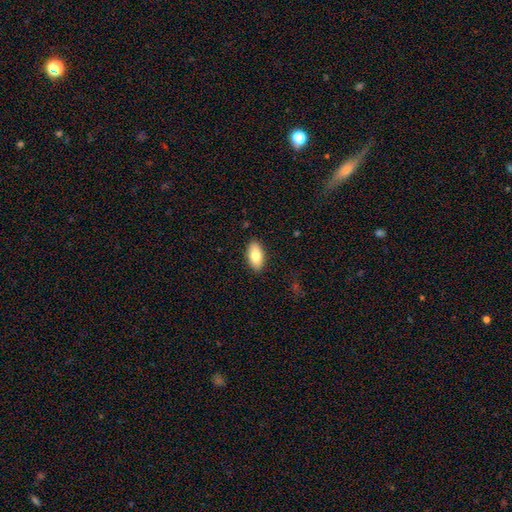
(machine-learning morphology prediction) A smooth galaxy with no disk features (80%) that is in between round and cigar-shaped (93%).

Vote fractions:
- Smooth or featured? smooth: 80% / featured or disk: 13% / star or artifact: 7%
- How rounded? in between: 93% / cigar-shaped: 4% / round: 3%
- Merging? none: 89% / minor disturbance: 8% / major disturbance: 2% / merger: 1%